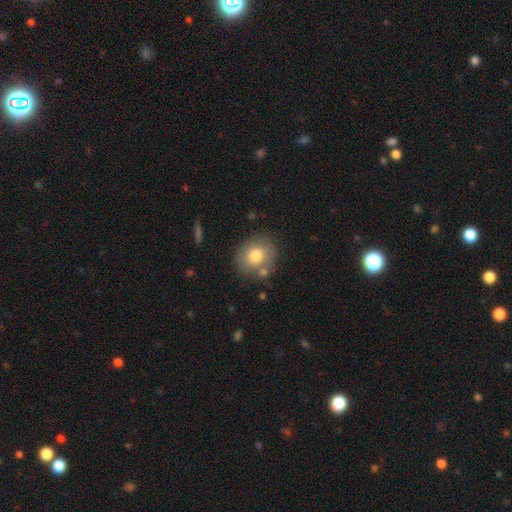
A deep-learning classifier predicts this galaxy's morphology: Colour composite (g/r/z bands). It shows a smooth galaxy with no disk features (75%) that is round (72%). Merging: none (73%).